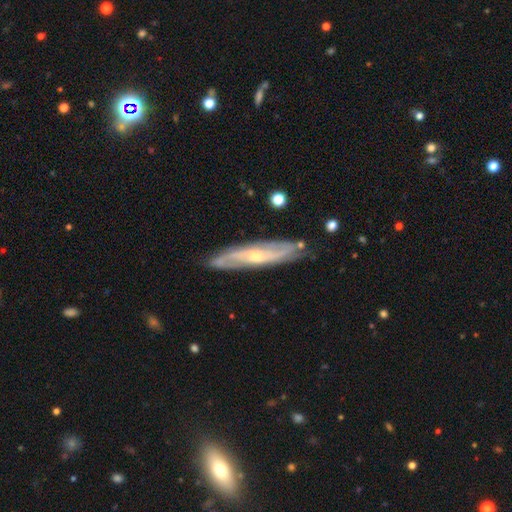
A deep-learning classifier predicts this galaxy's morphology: The model was most divided on "edge-on disk": no: 58%, yes: 42%. More confident: merging — none (81%); smooth or featured — featured or disk (79%).